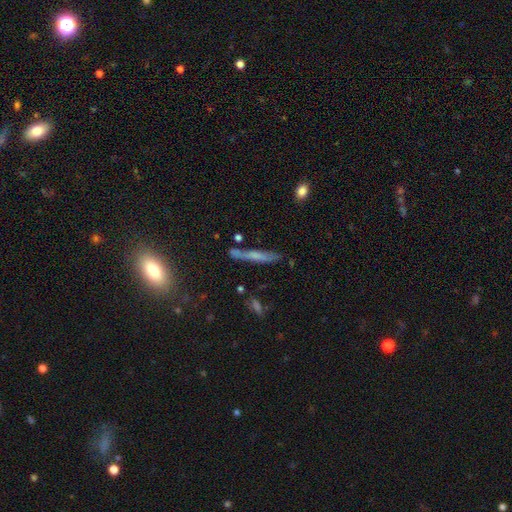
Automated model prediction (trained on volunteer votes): Smooth or featured? smooth (48%)
Merging? none (71%)